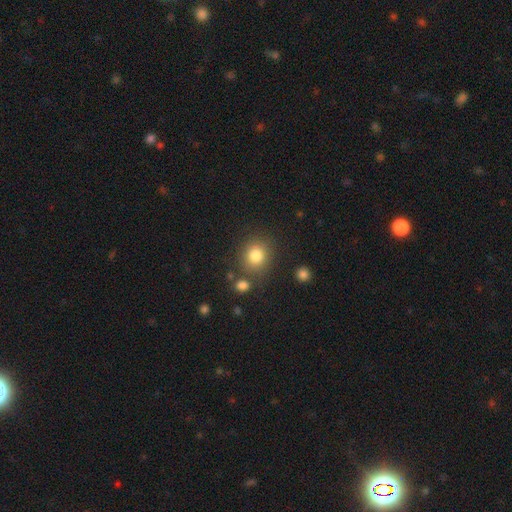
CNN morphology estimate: A smooth galaxy with no disk features (82%) that is round (82%).

Vote fractions:
- Smooth or featured? smooth: 82% / star or artifact: 11% / featured or disk: 7%
- How rounded? round: 82% / in between: 17% / cigar-shaped: 1%
- Merging? none: 79% / minor disturbance: 10% / merger: 7% / major disturbance: 4%